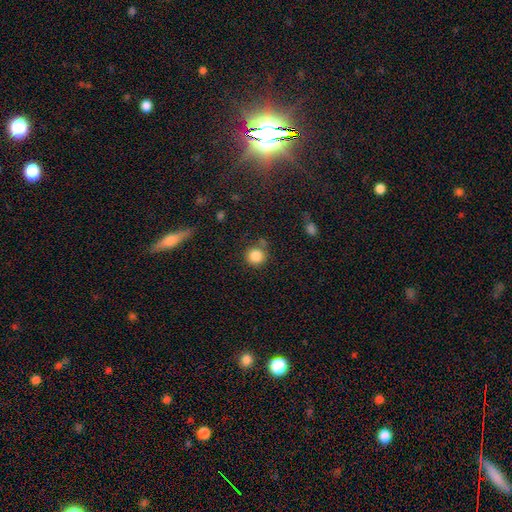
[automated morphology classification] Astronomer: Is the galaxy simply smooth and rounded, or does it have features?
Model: smooth — 86%.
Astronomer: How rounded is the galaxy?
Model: round — 92%.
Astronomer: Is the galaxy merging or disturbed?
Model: none — 77%.